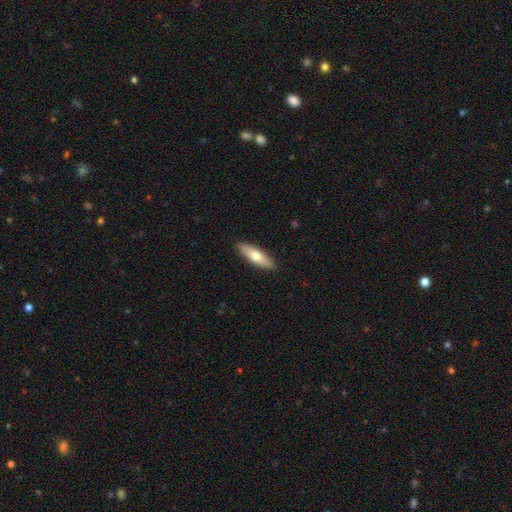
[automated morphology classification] A smooth galaxy with no disk features (67%) that is cigar-shaped (53%). Merging: none (90%).